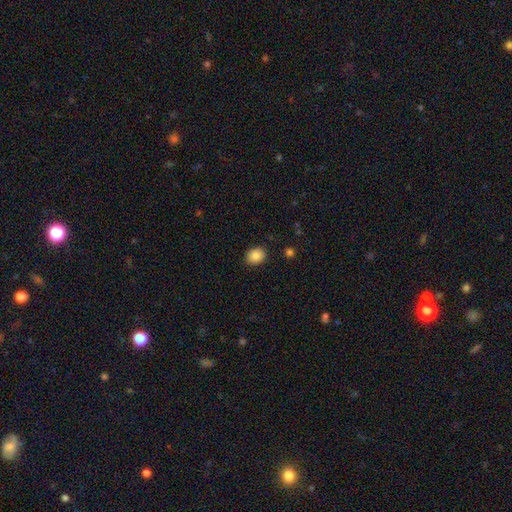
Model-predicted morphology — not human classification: Q: Smooth or featured?
A: smooth (86%); runner-up: star or artifact (9%)
Q: How rounded?
A: round (54%); runner-up: in between (46%)
Q: Merging?
A: none (89%); runner-up: minor disturbance (8%)